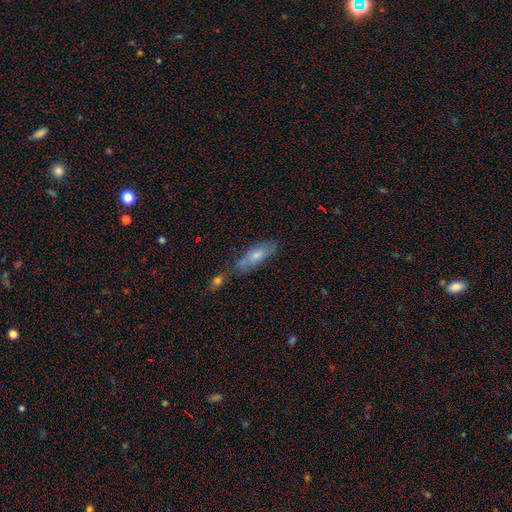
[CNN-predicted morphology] Smooth or featured?
  - smooth: 65% *
  - featured or disk: 27%
  - star or artifact: 8%
How rounded?
  - in between: 59% *
  - cigar-shaped: 38%
  - round: 3%
Merging?
  - none: 47% *
  - merger: 24%
  - minor disturbance: 21%
  - major disturbance: 8%